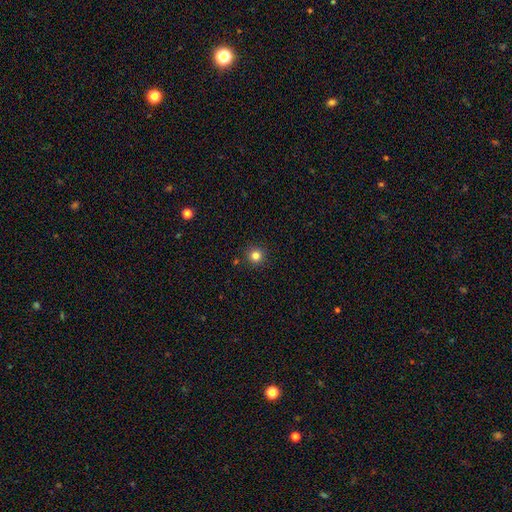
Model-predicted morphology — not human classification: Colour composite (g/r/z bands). It shows a smooth galaxy with no disk features (82%) that is round (95%). Merging: none (91%).